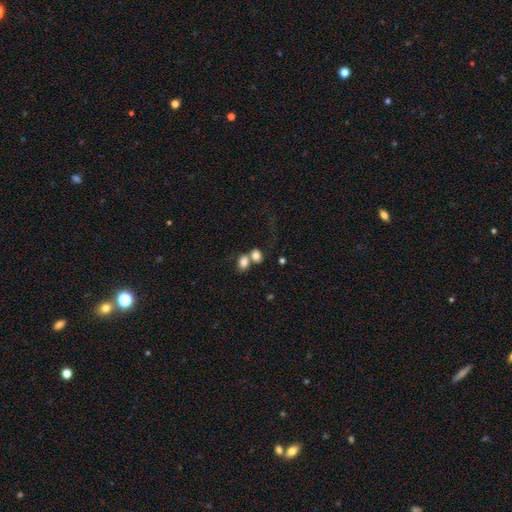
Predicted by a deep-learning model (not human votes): Smooth or featured?
  - smooth: 80% *
  - featured or disk: 10%
  - star or artifact: 10%
How rounded?
  - in between: 59% *
  - round: 40%
  - cigar-shaped: 1%
Merging?
  - merger: 59% *
  - none: 28%
  - minor disturbance: 8%
  - major disturbance: 5%